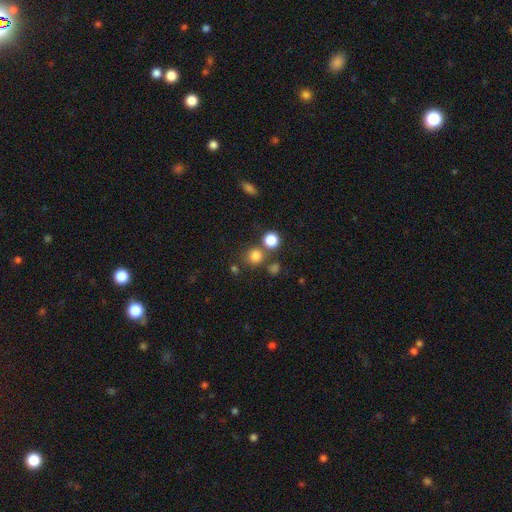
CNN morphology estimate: Smooth or featured? Predicted: smooth (p=0.78). How rounded? Predicted: round (p=0.88). Merging? Predicted: none (p=0.70).